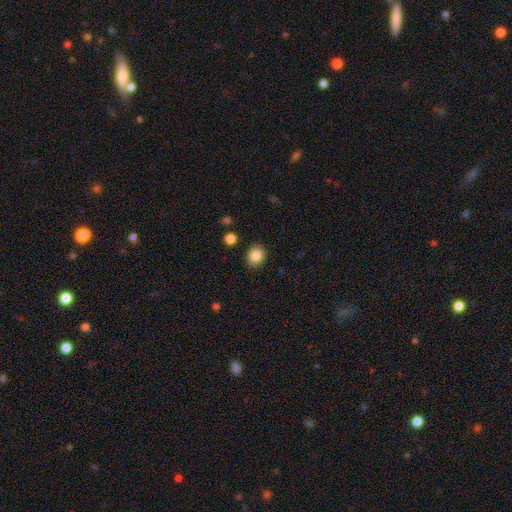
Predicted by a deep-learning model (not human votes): Overall: smooth (86%). How rounded: round (69%; in between 30%). Merging: none (89%).